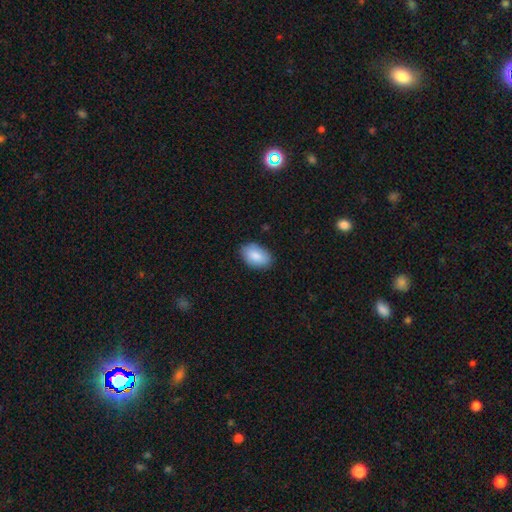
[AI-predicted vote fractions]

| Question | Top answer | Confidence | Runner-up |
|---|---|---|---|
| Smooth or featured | smooth | 86% | featured or disk (8%) |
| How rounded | in between | 90% | round (9%) |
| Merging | none | 83% | minor disturbance (13%) |